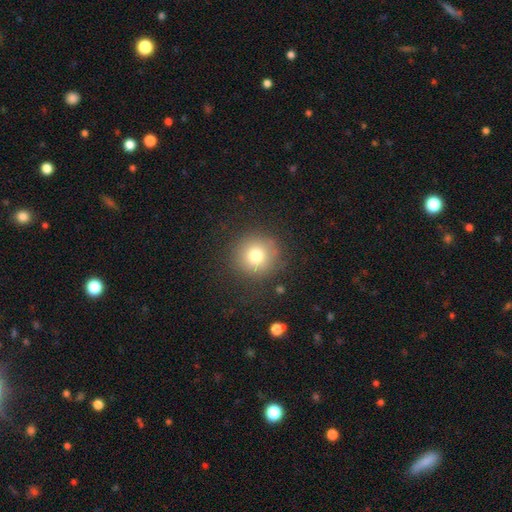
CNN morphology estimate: Smooth or featured? Predicted: smooth (p=0.76). How rounded? Predicted: round (p=0.95). Merging? Predicted: none (p=0.86).